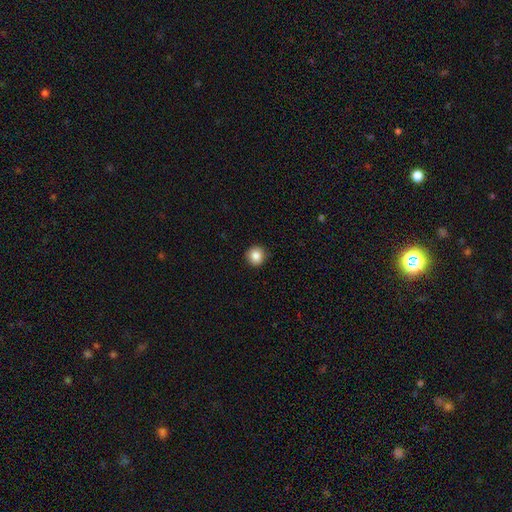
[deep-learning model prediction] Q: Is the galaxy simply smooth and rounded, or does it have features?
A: smooth — 85%.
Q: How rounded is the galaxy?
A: round — 93%.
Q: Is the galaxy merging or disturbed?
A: none — 92%.